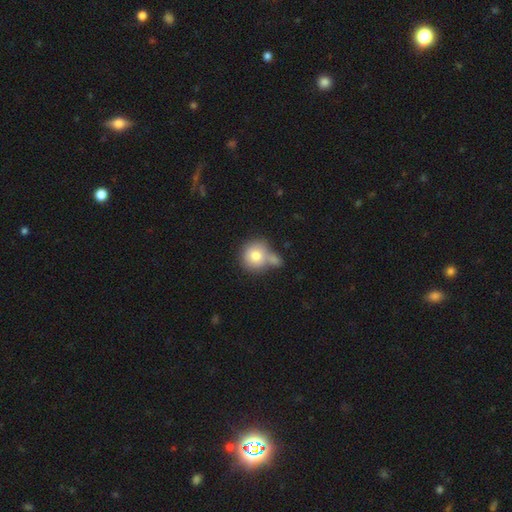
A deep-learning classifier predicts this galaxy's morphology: Smooth or featured? Predicted: smooth (p=0.77). How rounded? Predicted: round (p=0.88). Merging? Predicted: none (p=0.43).